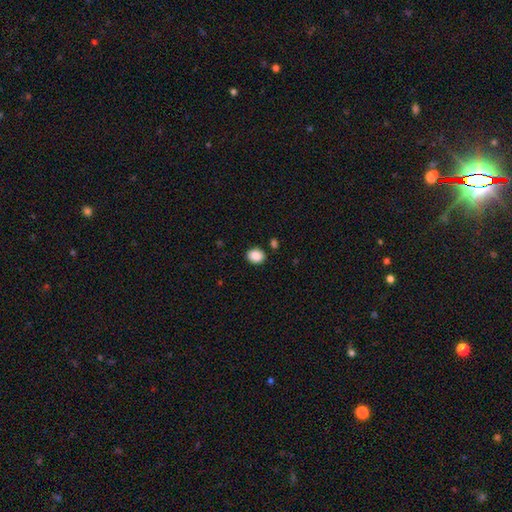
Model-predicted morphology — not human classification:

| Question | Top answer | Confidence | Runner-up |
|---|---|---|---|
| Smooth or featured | smooth | 89% | star or artifact (8%) |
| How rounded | round | 60% | in between (39%) |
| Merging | none | 86% | minor disturbance (8%) |